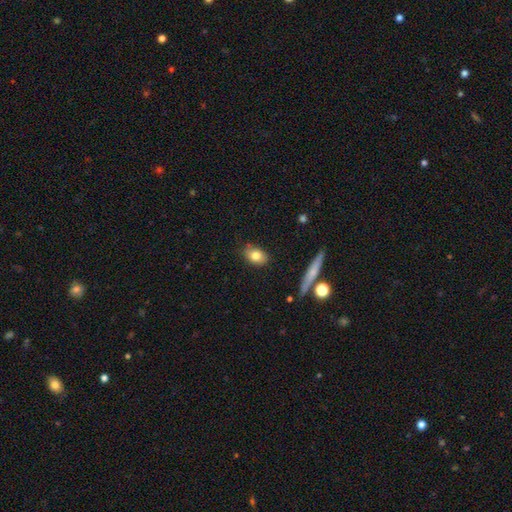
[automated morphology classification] The model was most divided on "how rounded": in between: 77%, round: 20%, cigar-shaped: 3%. More confident: merging — none (83%); smooth or featured — smooth (80%).